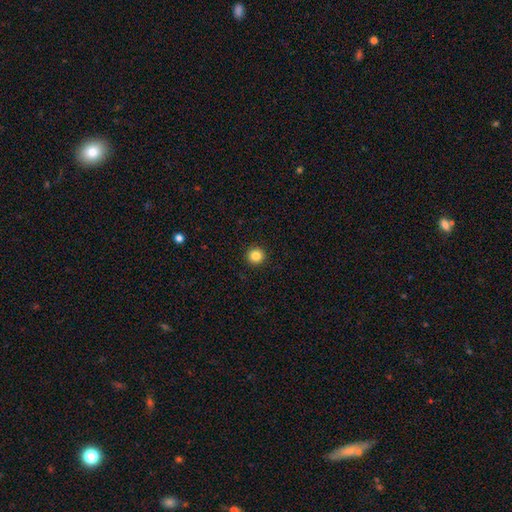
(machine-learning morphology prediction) Smooth or featured? smooth (84%)
How rounded? round (96%)
Merging? none (94%)